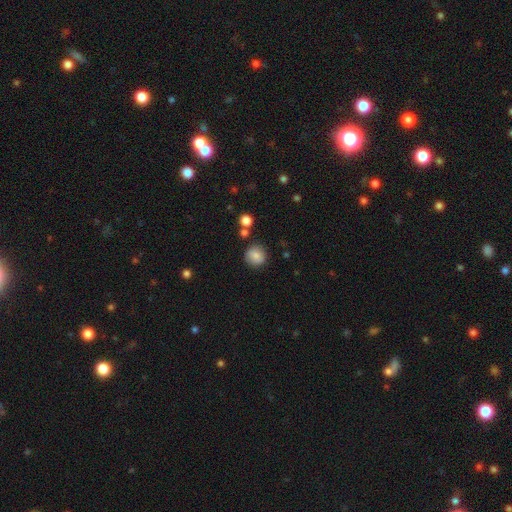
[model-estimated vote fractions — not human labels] smooth_or_featured: smooth (p=0.81) [alt: star or artifact p=0.10]
how_rounded: round (p=0.91) [alt: in between p=0.08]
merging: none (p=0.84) [alt: minor disturbance p=0.09]